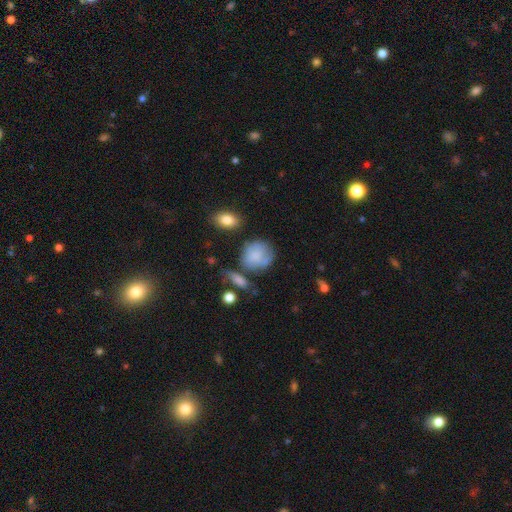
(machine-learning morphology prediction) This appears to be a smooth galaxy with no disk features (68%) that is round (76%). Merging: none (51%).